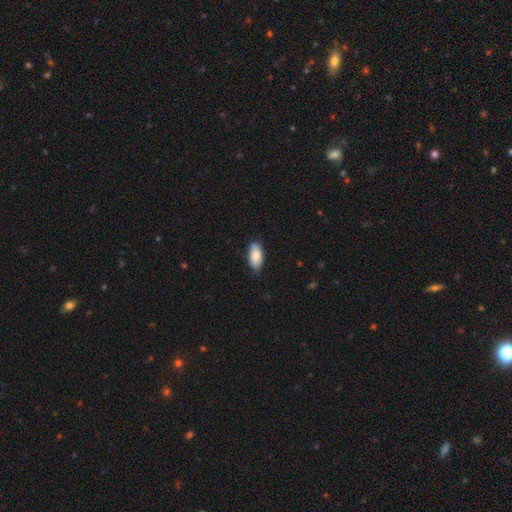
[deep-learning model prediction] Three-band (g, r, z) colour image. It shows a smooth galaxy with no disk features (88%) that is in between round and cigar-shaped (91%). Merging: none (83%).